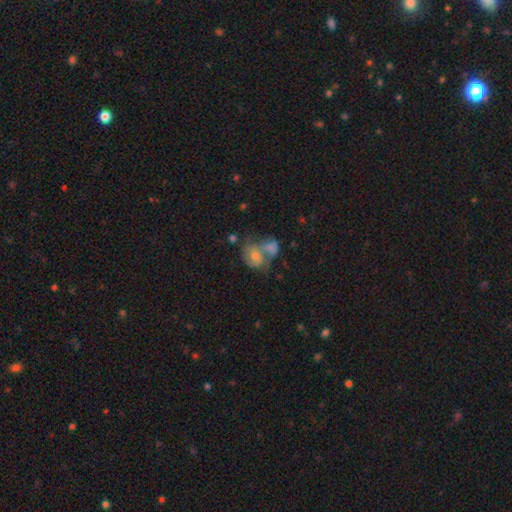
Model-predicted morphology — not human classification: Smooth or featured?
  - featured or disk: 54% *
  - smooth: 34%
  - star or artifact: 12%
Edge-on disk?
  - no: 97% *
  - yes: 3%
Bar?
  - no: 66% *
  - weak: 28%
  - strong: 6%
Spiral arms?
  - yes: 74% *
  - no: 26%
Bulge size?
  - moderate: 53% *
  - small: 31%
  - large: 7%
  - none: 7%
  - dominant: 2%
Merging?
  - merger: 54% *
  - none: 26%
  - minor disturbance: 11%
  - major disturbance: 8%